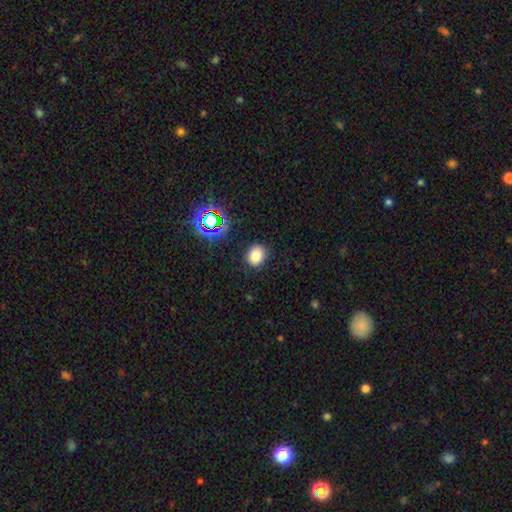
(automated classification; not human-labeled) This appears to be a smooth galaxy with no disk features (79%) that is round (51%). Merging: none (86%).